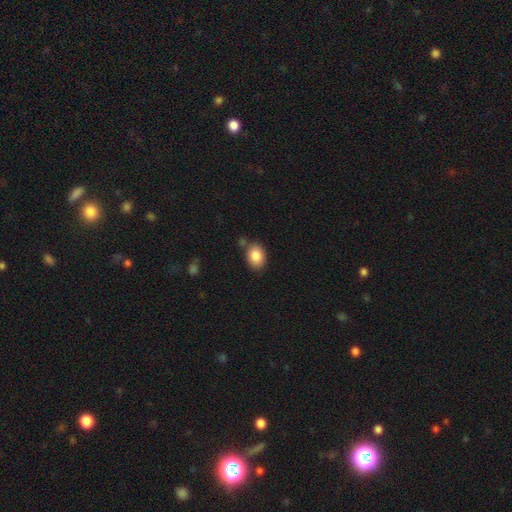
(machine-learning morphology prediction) Smooth or featured: smooth — 85% (star or artifact — 8%)
How rounded: in between — 70% (round — 29%)
Merging: none — 71% (minor disturbance — 15%)